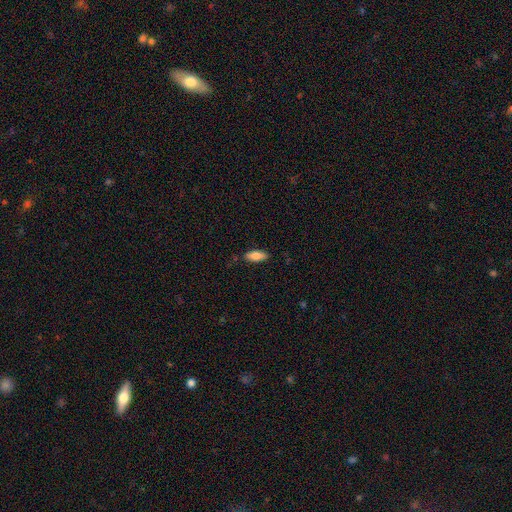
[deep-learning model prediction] A smooth galaxy with no disk features (77%) that is in between round and cigar-shaped (72%). Merging: none (82%).